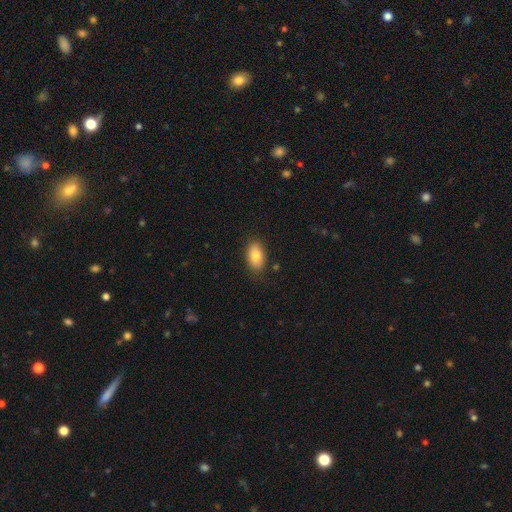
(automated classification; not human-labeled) This appears to be a smooth galaxy with no disk features (84%) that is in between round and cigar-shaped (92%). Merging: none (85%).